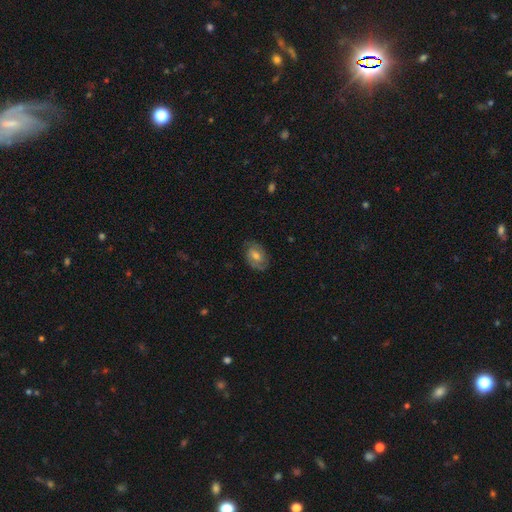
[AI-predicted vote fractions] Smooth or featured? featured or disk (55%)
Edge-on disk? no (95%)
Bar? no (46%)
Spiral arms? yes (75%)
Bulge size? moderate (65%)
Merging? none (77%)